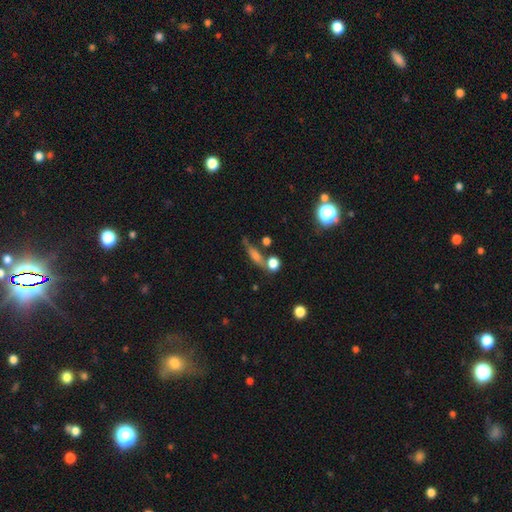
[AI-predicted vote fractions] This is possibly a smooth galaxy (52%). How rounded: possibly cigar-shaped (58%). Merging: likely none (63%).